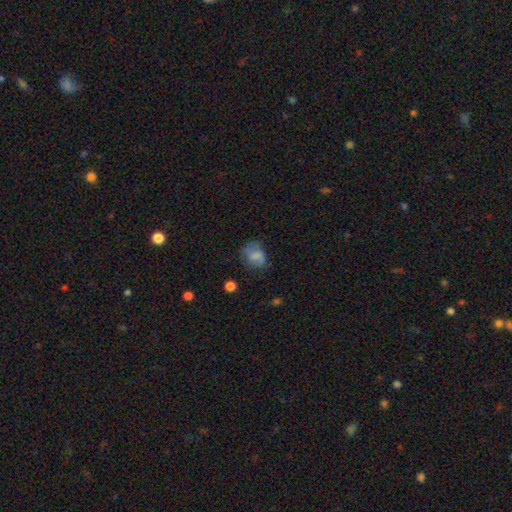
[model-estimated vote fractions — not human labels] smooth 66%, featured or disk 23%, star or artifact 11%. Down the decision tree: how rounded — in between (51%); merging — none (51%).